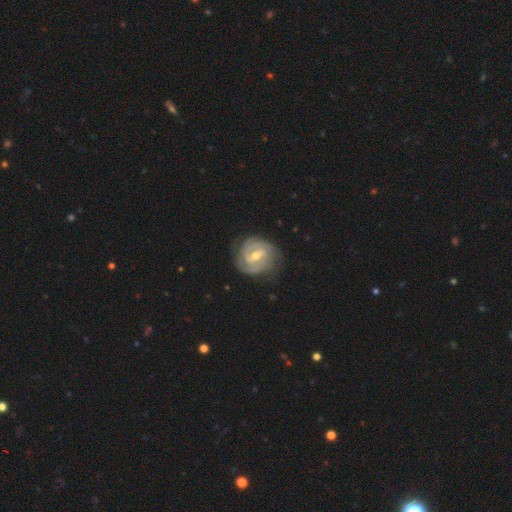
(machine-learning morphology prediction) A featured or disk galaxy (86%) with a weak bar (54%), 2 (53%) tight (72%) spiral arms (95%) and a moderate central bulge (65%).

Vote fractions:
- Smooth or featured? featured or disk: 86% / smooth: 10% / star or artifact: 4%
- Edge-on disk? no: 98% / yes: 2%
- Bar? weak: 54% / strong: 25% / no: 21%
- Spiral arms? yes: 95% / no: 5%
- Spiral winding? tight: 72% / medium: 23% / loose: 5%
- Spiral arm count? 2: 53% / can't tell: 19% / 3: 16% / 4: 4% / 1: 4% / more than 4: 3%
- Bulge size? moderate: 65% / small: 31% / large: 2% / none: 1% / dominant: 1%
- Merging? none: 76% / minor disturbance: 17% / major disturbance: 6% / merger: 1%